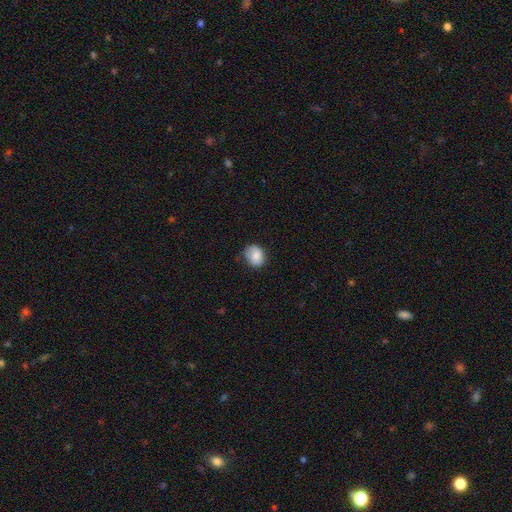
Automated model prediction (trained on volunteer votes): Q: Smooth or featured?
A: smooth (83%); runner-up: featured or disk (9%)
Q: How rounded?
A: round (57%); runner-up: in between (42%)
Q: Merging?
A: none (69%); runner-up: minor disturbance (25%)